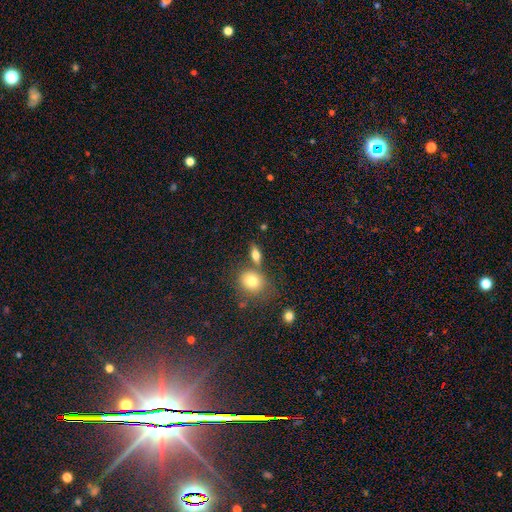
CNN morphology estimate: Overall: smooth (71%). How rounded: in between (60%; round 28%). Merging: none (64%).